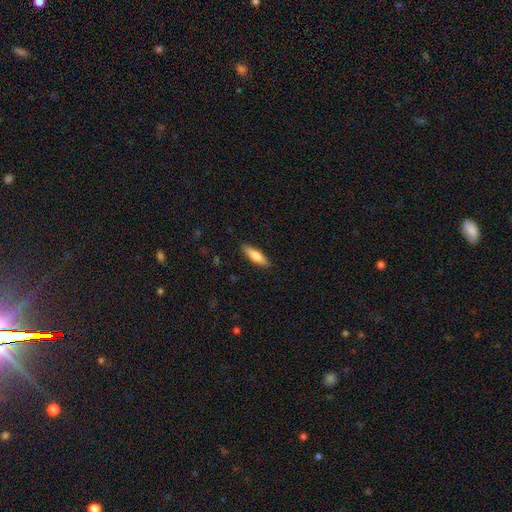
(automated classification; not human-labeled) smooth 72%, featured or disk 22%, star or artifact 5%. Down the decision tree: how rounded — cigar-shaped (63%); merging — none (88%).